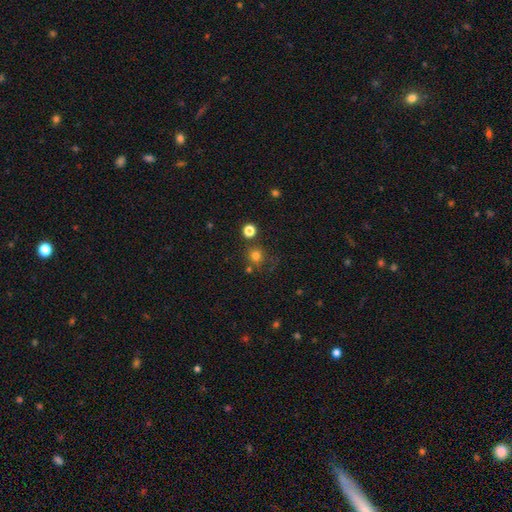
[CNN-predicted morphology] This is likely a smooth galaxy (76%). How rounded: clearly round (90%). Merging: likely none (71%).